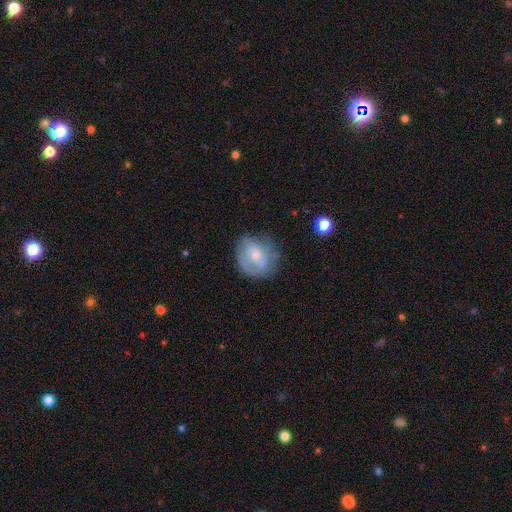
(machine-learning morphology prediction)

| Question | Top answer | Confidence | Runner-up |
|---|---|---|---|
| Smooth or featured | featured or disk | 55% | smooth (37%) |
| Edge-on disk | no | 97% | yes (3%) |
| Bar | no | 60% | weak (34%) |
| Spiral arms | yes | 69% | no (31%) |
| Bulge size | moderate | 41% | small (40%) |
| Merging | none | 60% | minor disturbance (24%) |